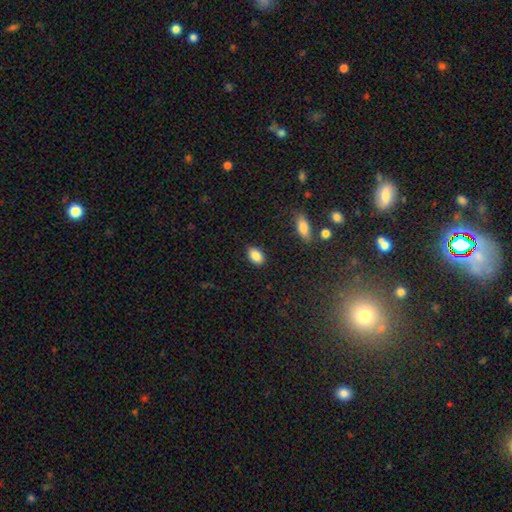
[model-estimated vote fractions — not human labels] Q: Smooth or featured?
A: smooth (87%); runner-up: star or artifact (8%)
Q: How rounded?
A: in between (90%); runner-up: round (7%)
Q: Merging?
A: none (88%); runner-up: minor disturbance (8%)